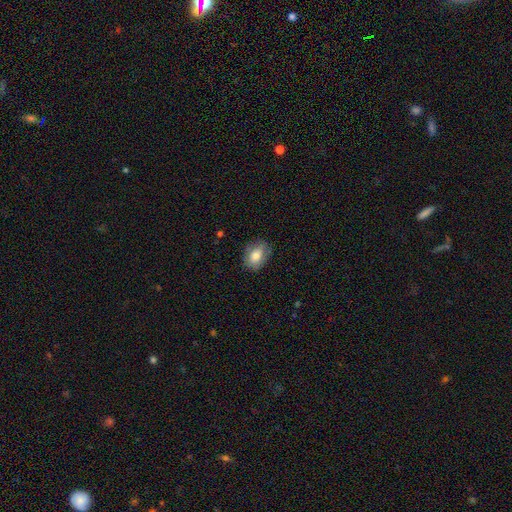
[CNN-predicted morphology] A smooth galaxy with no disk features (77%) that is in between round and cigar-shaped (78%).

Vote fractions:
- Smooth or featured? smooth: 77% / featured or disk: 15% / star or artifact: 8%
- How rounded? in between: 78% / round: 20% / cigar-shaped: 2%
- Merging? none: 77% / minor disturbance: 18% / major disturbance: 4% / merger: 1%